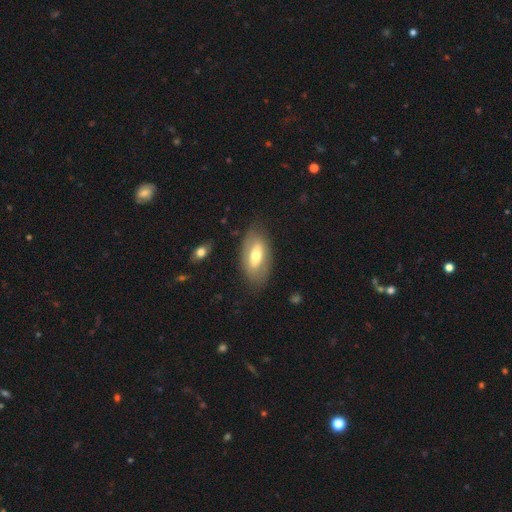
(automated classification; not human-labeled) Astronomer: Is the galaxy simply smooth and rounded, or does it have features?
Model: smooth — 56% (runner-up: featured or disk, 38%).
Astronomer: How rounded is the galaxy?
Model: in between — 90%.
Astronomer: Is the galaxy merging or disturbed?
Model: none — 77%.